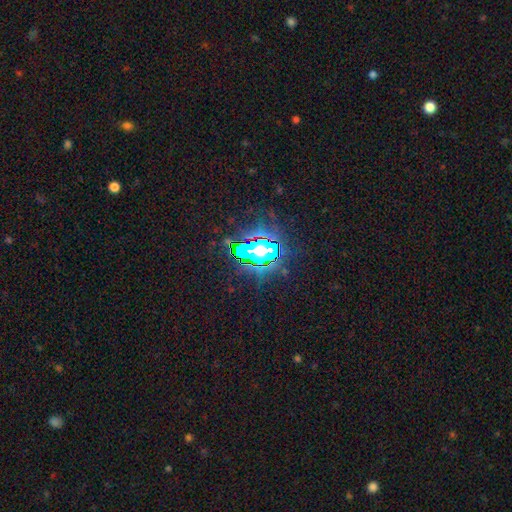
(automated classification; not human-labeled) Overall: star or artifact (83%).